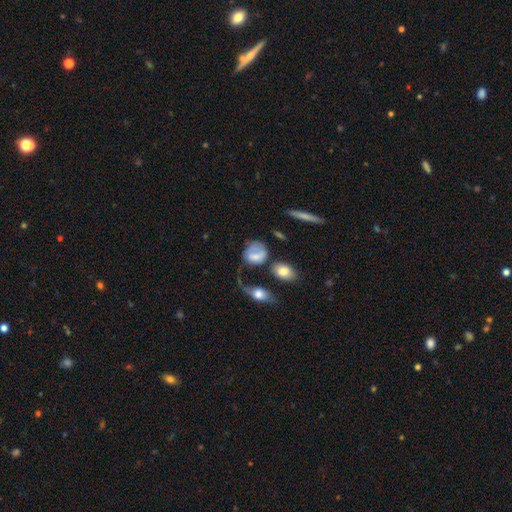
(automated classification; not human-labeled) A smooth galaxy with no disk features (64%) that is in between round and cigar-shaped (49%). Merging: none (38%).